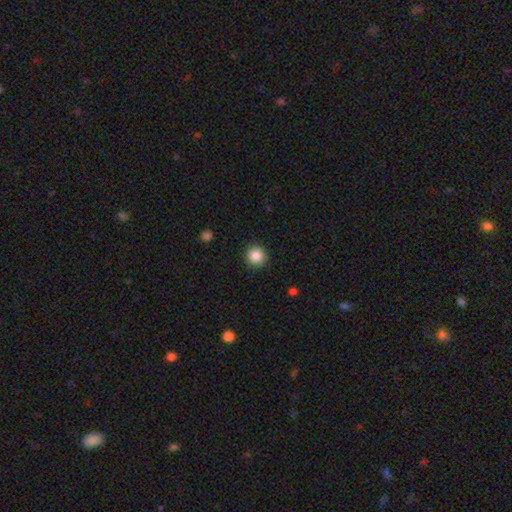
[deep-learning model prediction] Smooth or featured?
  - smooth: 86% *
  - star or artifact: 10%
  - featured or disk: 4%
How rounded?
  - round: 92% *
  - in between: 7%
  - cigar-shaped: 1%
Merging?
  - none: 90% *
  - minor disturbance: 7%
  - major disturbance: 2%
  - merger: 1%